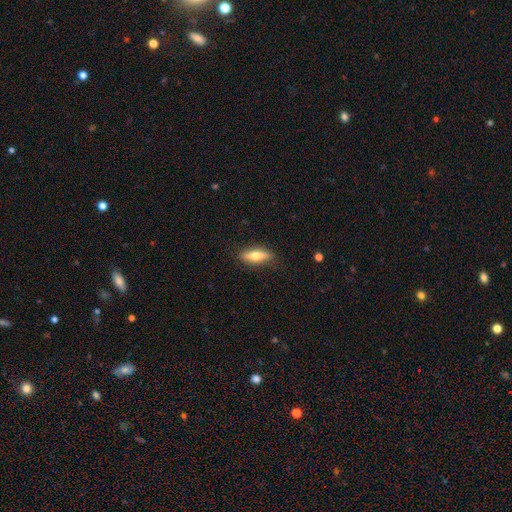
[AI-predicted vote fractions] Overall: smooth (53%; featured or disk 41%). How rounded: cigar-shaped (55%; in between 42%). Merging: none (84%).